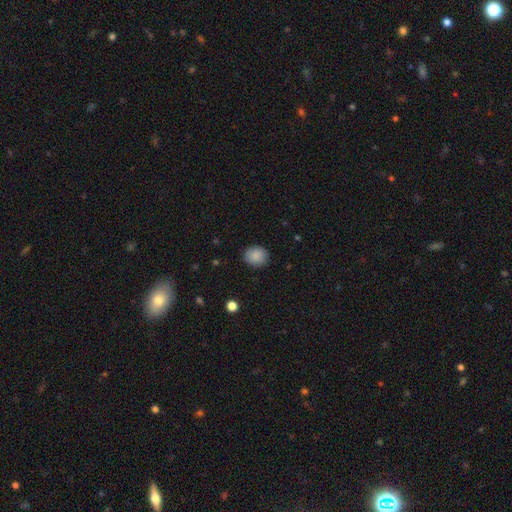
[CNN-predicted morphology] Overall: smooth (88%). How rounded: round (73%). Merging: none (87%).